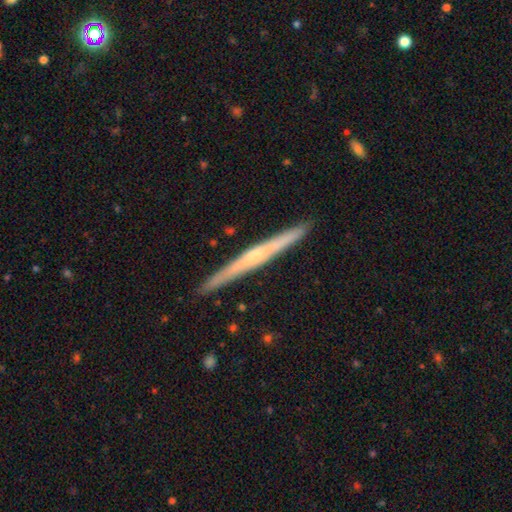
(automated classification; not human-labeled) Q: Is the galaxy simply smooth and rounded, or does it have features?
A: featured or disk — 67%.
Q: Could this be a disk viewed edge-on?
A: yes — 98%.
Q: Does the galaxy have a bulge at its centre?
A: rounded — 53%.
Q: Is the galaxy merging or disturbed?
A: none — 91%.